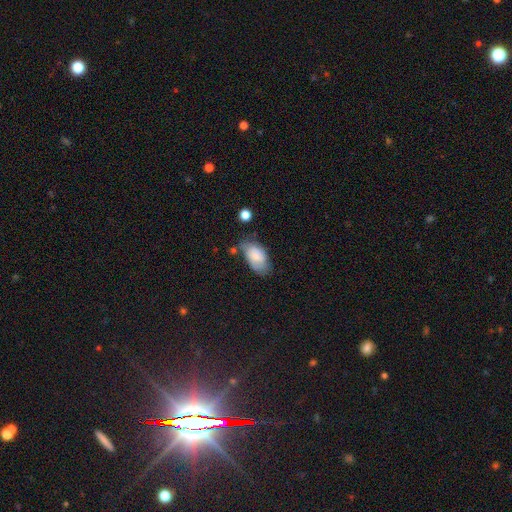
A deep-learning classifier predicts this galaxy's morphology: Smooth or featured? Predicted: smooth (p=0.68). How rounded? Predicted: in between (p=0.93). Merging? Predicted: none (p=0.51).